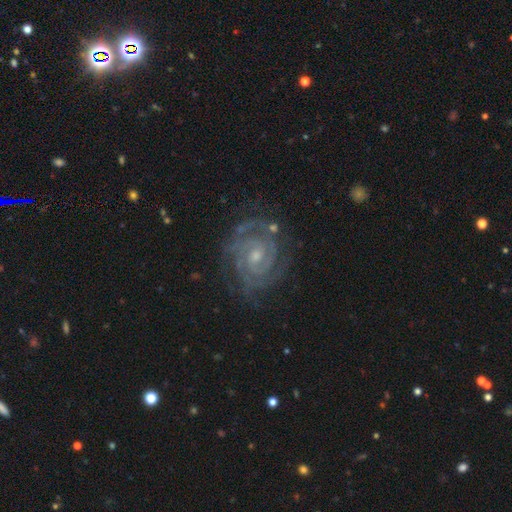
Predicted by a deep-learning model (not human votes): The model was most divided on "bar": no: 48%, weak: 40%, strong: 12%. Remaining: spiral arms — yes (98%); edge-on disk — no (98%); smooth or featured — featured or disk (89%); merging — none (77%); spiral winding — tight (75%); bulge size — small (58%); spiral arm count — 2 (41%).